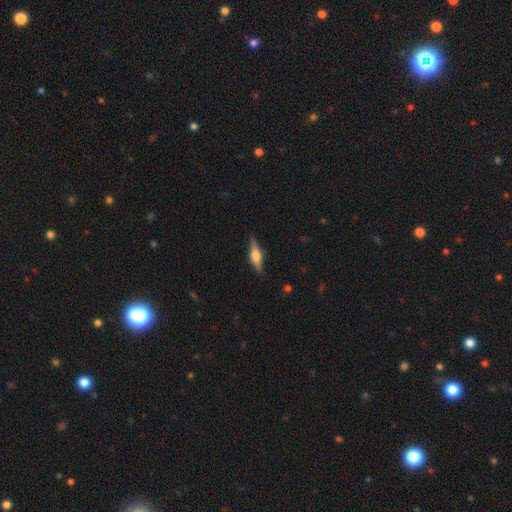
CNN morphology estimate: type=featured or disk (59%); edge-on=yes (95%); edge-on bulge=rounded (88%); merging=none (87%).